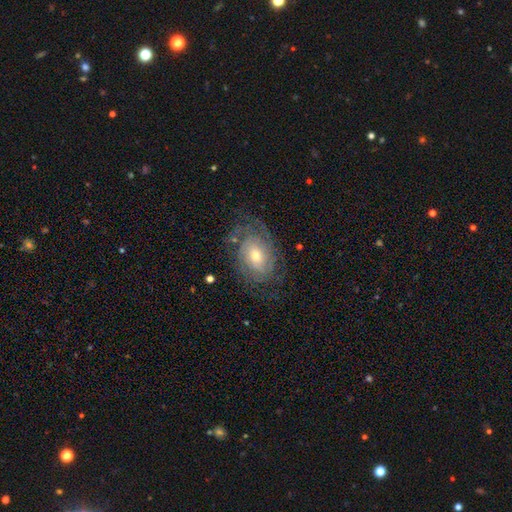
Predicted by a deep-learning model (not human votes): Smooth or featured? featured or disk (77%)
Edge-on disk? no (96%)
Bar? no (69%)
Spiral arms? yes (90%)
Spiral winding? tight (64%)
Spiral arm count? can't tell (45%)
Bulge size? moderate (55%)
Merging? none (68%)